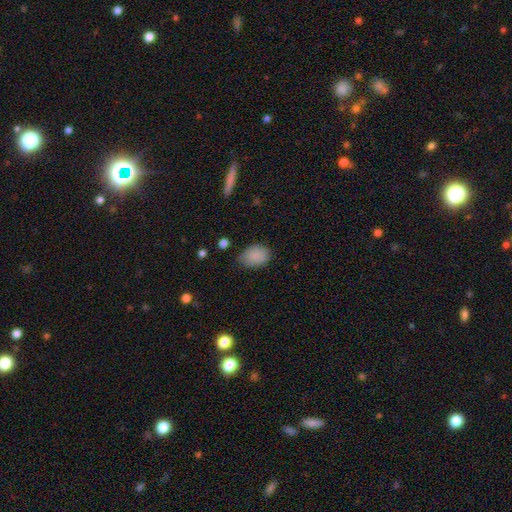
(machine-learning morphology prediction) smooth-or-featured: smooth: 88% | star or artifact: 8% | featured or disk: 4%
  how-rounded: in between: 77% | round: 22% | cigar-shaped: 1%
  merging: none: 73% | minor disturbance: 21% | major disturbance: 4% | merger: 1%